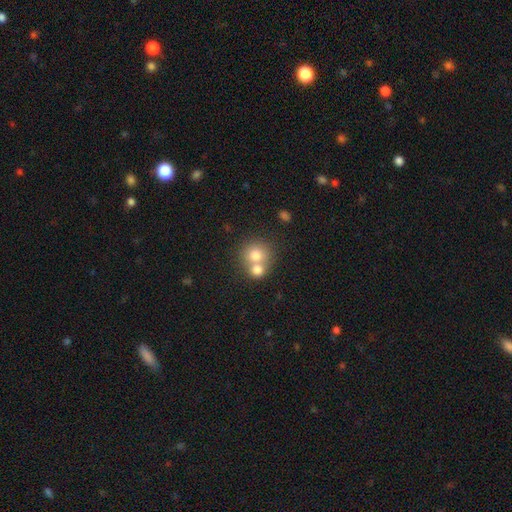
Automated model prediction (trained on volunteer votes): Q: Smooth or featured?
A: smooth (74%); runner-up: featured or disk (16%)
Q: How rounded?
A: round (83%); runner-up: in between (16%)
Q: Merging?
A: merger (56%); runner-up: none (35%)